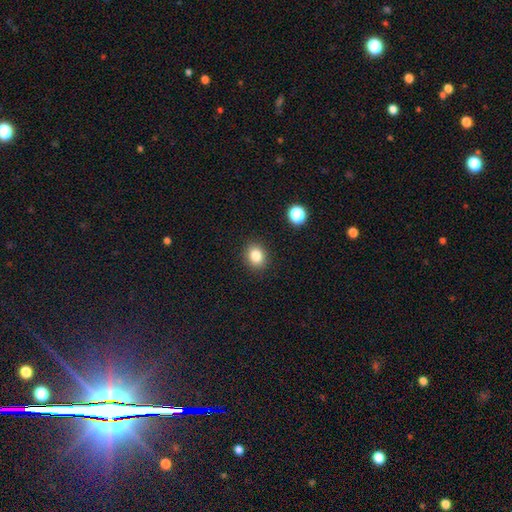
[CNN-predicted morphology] smooth-or-featured: smooth: 83% | star or artifact: 11% | featured or disk: 5%
  how-rounded: round: 59% | in between: 40% | cigar-shaped: 1%
  merging: none: 89% | minor disturbance: 7% | major disturbance: 2% | merger: 2%